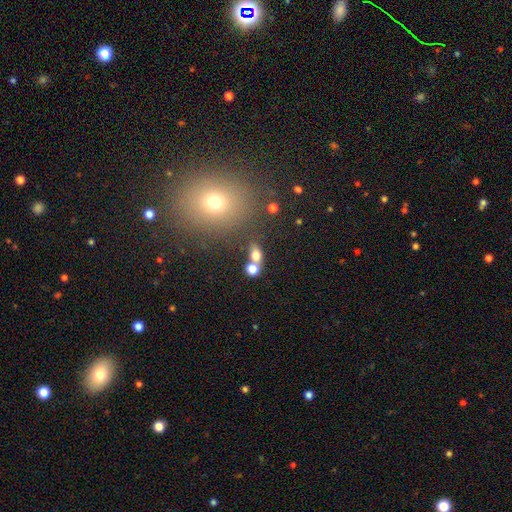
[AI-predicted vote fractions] Overall: smooth (74%). How rounded: in between (67%; round 30%). Merging: merger (42%, tied with none).